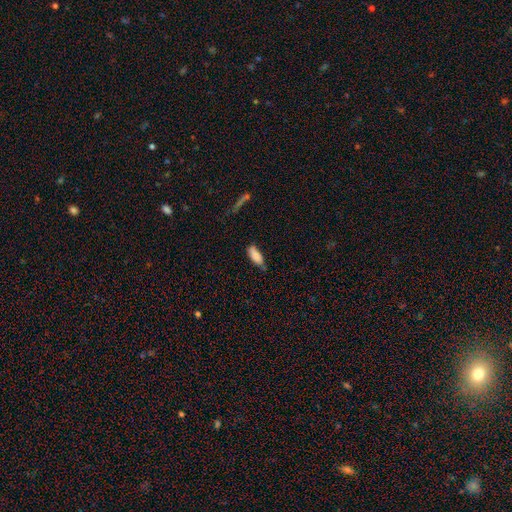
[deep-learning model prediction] A smooth galaxy with no disk features (85%) that is in between round and cigar-shaped (76%).

Vote fractions:
- Smooth or featured? smooth: 85% / featured or disk: 8% / star or artifact: 7%
- How rounded? in between: 76% / cigar-shaped: 23% / round: 2%
- Merging? none: 53% / minor disturbance: 35% / major disturbance: 8% / merger: 4%